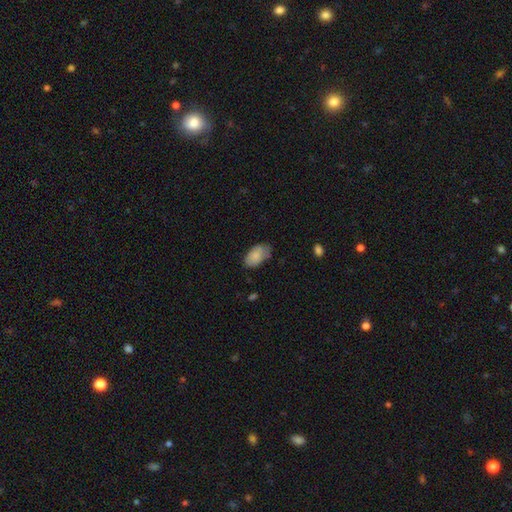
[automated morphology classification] smooth-or-featured: smooth: 83% | featured or disk: 10% | star or artifact: 7%
  how-rounded: in between: 94% | round: 4% | cigar-shaped: 2%
  merging: none: 65% | minor disturbance: 28% | major disturbance: 6% | merger: 2%